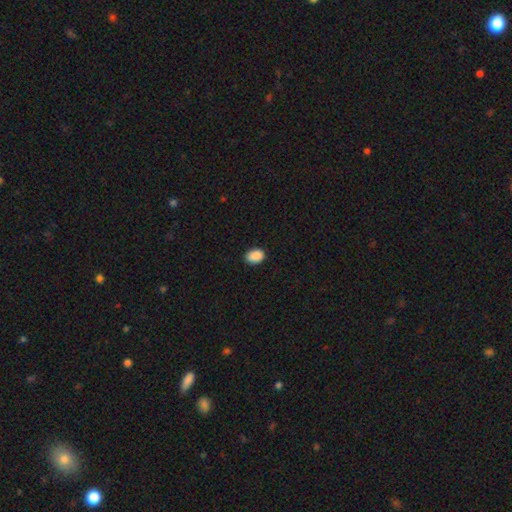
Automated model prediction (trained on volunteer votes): This is clearly a smooth galaxy (90%). How rounded: likely in between (78%). Merging: clearly none (85%).